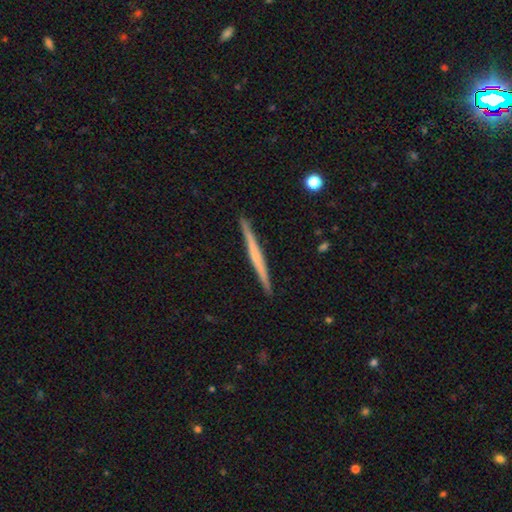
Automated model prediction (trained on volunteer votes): smooth_or_featured: featured or disk (p=0.58) [alt: smooth p=0.37]
disk_edge_on: yes (p=0.98) [alt: no p=0.02]
edge_on_bulge: none (p=0.73) [alt: rounded p=0.20]
merging: none (p=0.92) [alt: minor disturbance p=0.06]